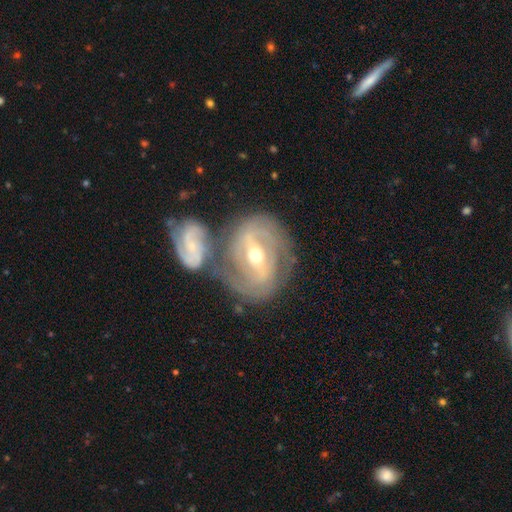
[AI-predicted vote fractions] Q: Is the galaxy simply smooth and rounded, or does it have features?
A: featured or disk — 86%.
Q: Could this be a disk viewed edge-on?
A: no — 96%.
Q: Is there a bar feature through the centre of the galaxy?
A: strong — 50%.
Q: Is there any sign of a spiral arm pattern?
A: yes — 91%.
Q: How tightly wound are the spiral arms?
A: tight — 49%.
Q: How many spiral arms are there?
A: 2 — 66%.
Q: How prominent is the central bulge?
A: moderate — 61%.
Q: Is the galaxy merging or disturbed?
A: none — 44%.